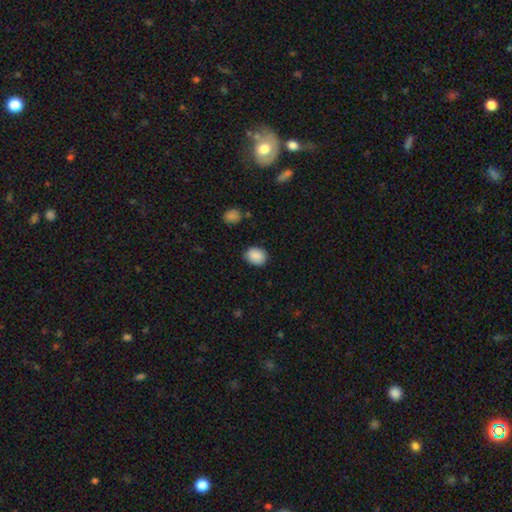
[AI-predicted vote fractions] Overall: smooth (89%). How rounded: in between (54%; round 45%). Merging: none (85%).